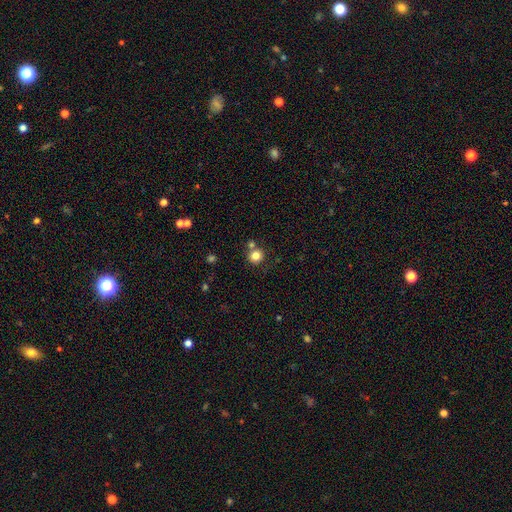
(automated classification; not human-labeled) A smooth galaxy with no disk features (81%) that is round (92%).

Vote fractions:
- Smooth or featured? smooth: 81% / star or artifact: 12% / featured or disk: 7%
- How rounded? round: 92% / in between: 7% / cigar-shaped: 1%
- Merging? none: 71% / merger: 17% / minor disturbance: 9% / major disturbance: 3%